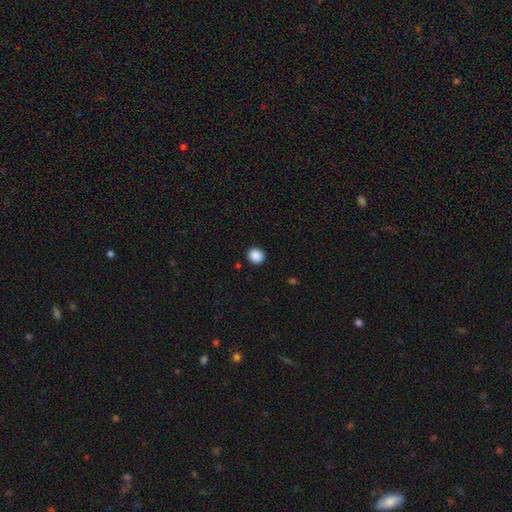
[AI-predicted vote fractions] Q: Smooth or featured?
A: smooth (89%); runner-up: star or artifact (9%)
Q: How rounded?
A: round (84%); runner-up: in between (15%)
Q: Merging?
A: none (91%); runner-up: minor disturbance (6%)